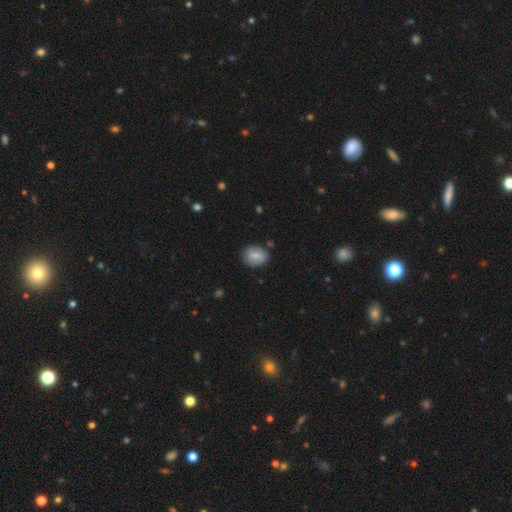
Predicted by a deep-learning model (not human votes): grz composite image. It shows a smooth galaxy with no disk features (70%) that is in between round and cigar-shaped (60%). Merging: none (79%).